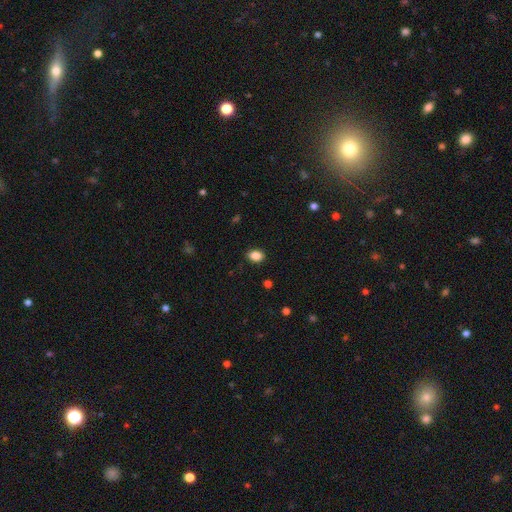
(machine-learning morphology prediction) Smooth or featured? Predicted: smooth (p=0.87). How rounded? Predicted: in between (p=0.70). Merging? Predicted: none (p=0.88).